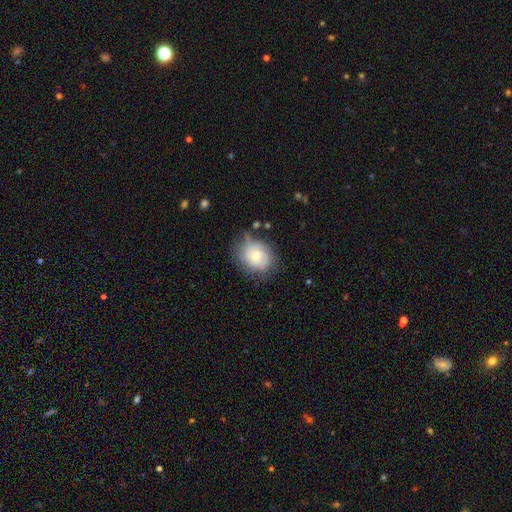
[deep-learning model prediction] A smooth galaxy with no disk features (56%) that is round (60%). Merging: none (62%).